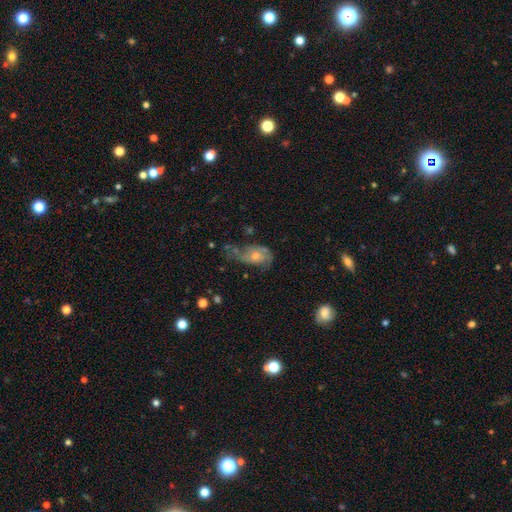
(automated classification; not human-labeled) smooth_or_featured: featured or disk (p=0.60) [alt: smooth p=0.29]
disk_edge_on: no (p=0.92) [alt: yes p=0.08]
bar: no (p=0.78) [alt: weak p=0.18]
has_spiral_arms: yes (p=0.72) [alt: no p=0.28]
bulge_size: moderate (p=0.55) [alt: small p=0.38]
merging: none (p=0.36) [alt: minor disturbance p=0.30]